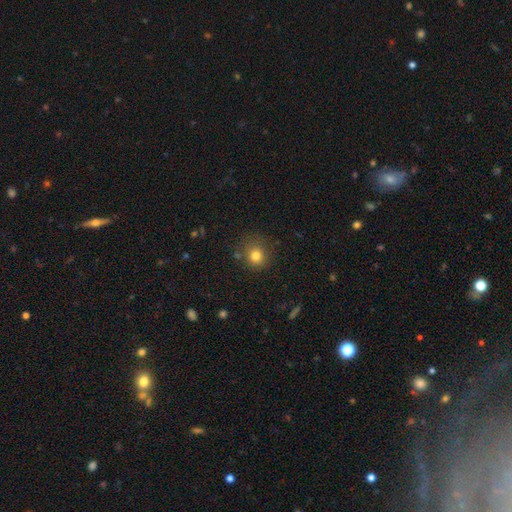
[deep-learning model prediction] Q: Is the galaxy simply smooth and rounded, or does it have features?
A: smooth — 80%.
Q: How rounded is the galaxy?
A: round — 85%.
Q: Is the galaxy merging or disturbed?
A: none — 78%.